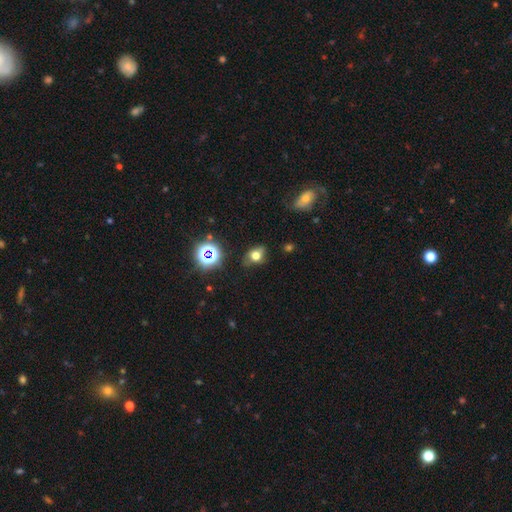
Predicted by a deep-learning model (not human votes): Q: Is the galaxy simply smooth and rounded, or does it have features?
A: smooth — 65%.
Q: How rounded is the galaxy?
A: in between — 69%.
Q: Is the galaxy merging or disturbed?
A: none — 71%.